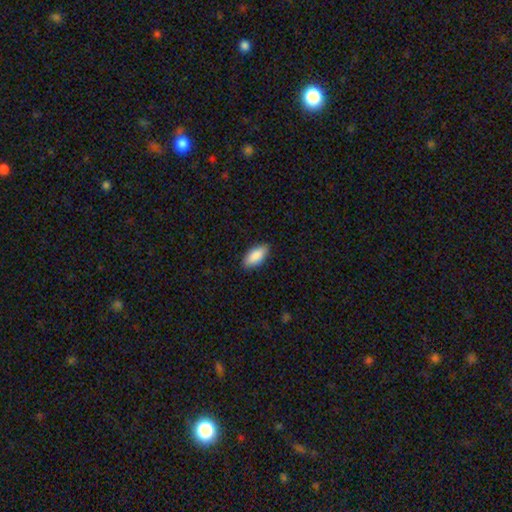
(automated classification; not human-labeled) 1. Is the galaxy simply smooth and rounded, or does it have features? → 89% smooth, 6% star or artifact, 5% featured or disk.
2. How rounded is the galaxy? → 88% in between, 10% cigar-shaped, 2% round.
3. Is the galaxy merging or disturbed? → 88% none, 9% minor disturbance, 2% major disturbance, 1% merger.